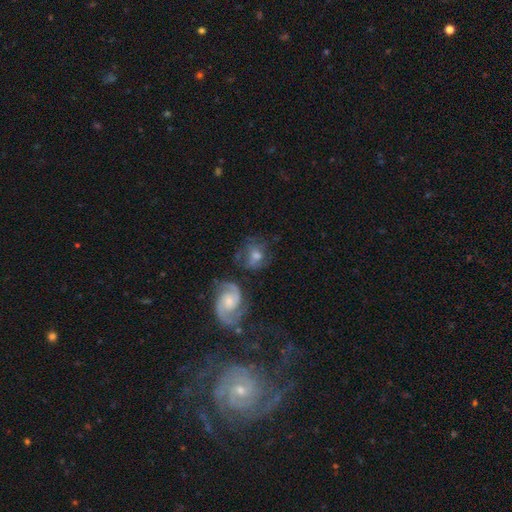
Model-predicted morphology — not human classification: Smooth or featured? Predicted: featured or disk (p=0.59). Edge-on disk? Predicted: no (p=0.95). Bar? Predicted: no (p=0.56). Spiral arms? Predicted: yes (p=0.86). Bulge size? Predicted: moderate (p=0.46). Merging? Predicted: none (p=0.56).